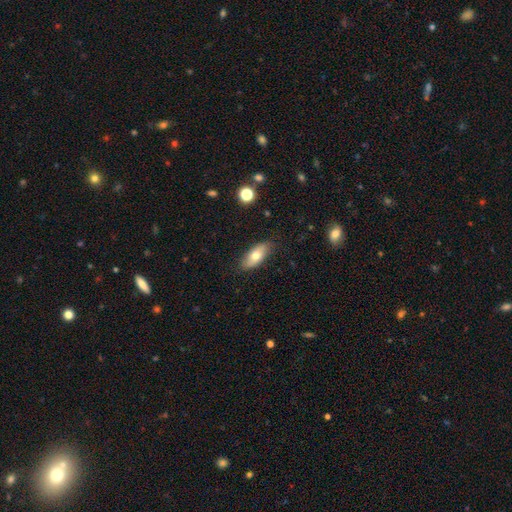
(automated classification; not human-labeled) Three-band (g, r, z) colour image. It shows a smooth galaxy with no disk features (71%) that is in between round and cigar-shaped (83%). Merging: none (83%).